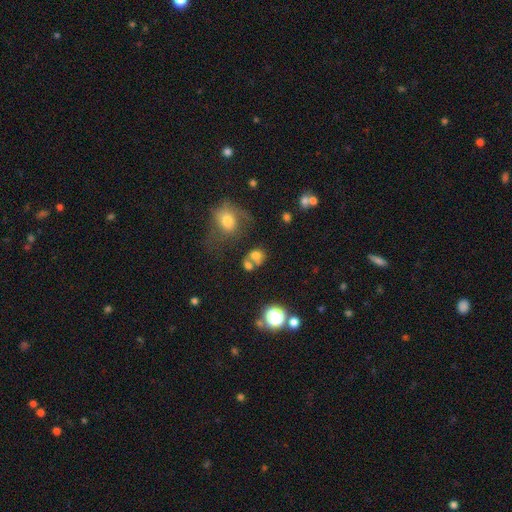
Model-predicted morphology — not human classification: A smooth galaxy with no disk features (68%) that is round (58%).

Vote fractions:
- Smooth or featured? smooth: 68% / star or artifact: 17% / featured or disk: 15%
- How rounded? round: 58% / in between: 40% / cigar-shaped: 1%
- Merging? merger: 45% / none: 33% / minor disturbance: 12% / major disturbance: 10%